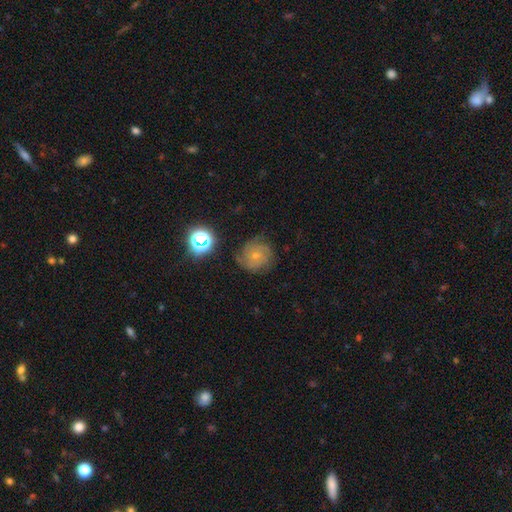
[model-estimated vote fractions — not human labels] A featured or disk galaxy (62%) with no bar (79%), 3 (29%, tied with can't tell) tight (59%) spiral arms (92%) and a small central bulge (70%). Merging: none (73%).